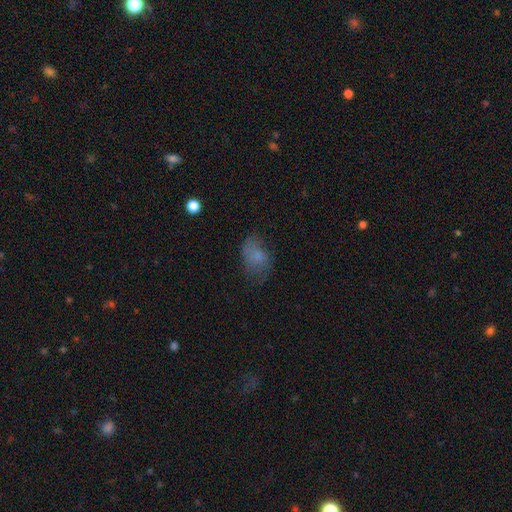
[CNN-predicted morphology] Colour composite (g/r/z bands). It shows a smooth galaxy with no disk features (65%) that is in between round and cigar-shaped (80%). Merging: none (48%).